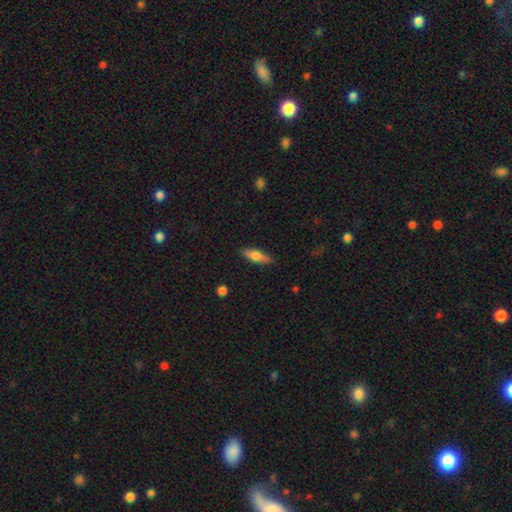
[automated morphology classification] smooth 58%, featured or disk 35%, star or artifact 7%. Down the decision tree: how rounded — cigar-shaped (56%); merging — none (85%).